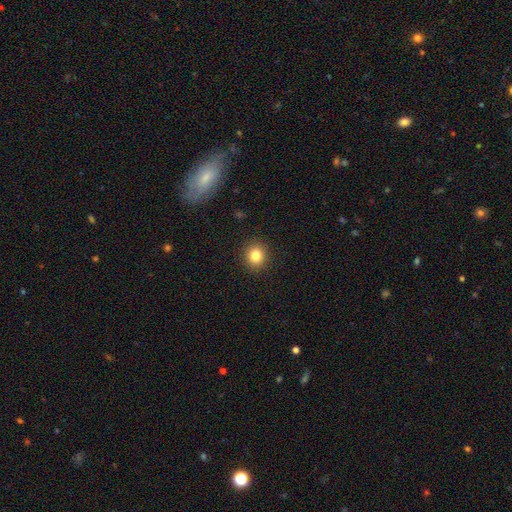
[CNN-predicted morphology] A smooth galaxy with no disk features (82%) that is round (82%).

Vote fractions:
- Smooth or featured? smooth: 82% / star or artifact: 11% / featured or disk: 7%
- How rounded? round: 82% / in between: 17% / cigar-shaped: 1%
- Merging? none: 91% / minor disturbance: 6% / major disturbance: 2% / merger: 1%